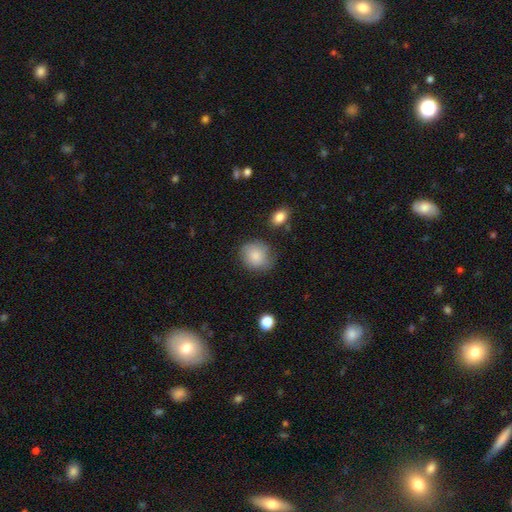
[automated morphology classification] A smooth galaxy with no disk features (83%) that is round (74%). Merging: none (71%).